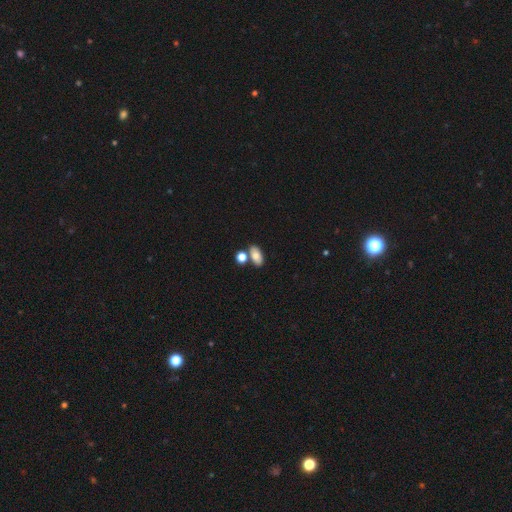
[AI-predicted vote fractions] A smooth galaxy with no disk features (80%) that is in between round and cigar-shaped (89%).

Vote fractions:
- Smooth or featured? smooth: 80% / featured or disk: 11% / star or artifact: 9%
- How rounded? in between: 89% / round: 8% / cigar-shaped: 3%
- Merging? none: 64% / merger: 22% / minor disturbance: 11% / major disturbance: 3%